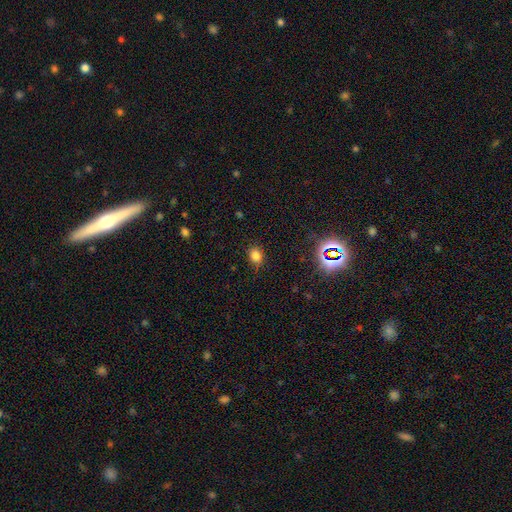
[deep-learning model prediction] Q: Smooth or featured?
A: smooth (79%); runner-up: star or artifact (16%)
Q: How rounded?
A: round (53%); runner-up: in between (46%)
Q: Merging?
A: none (82%); runner-up: minor disturbance (14%)